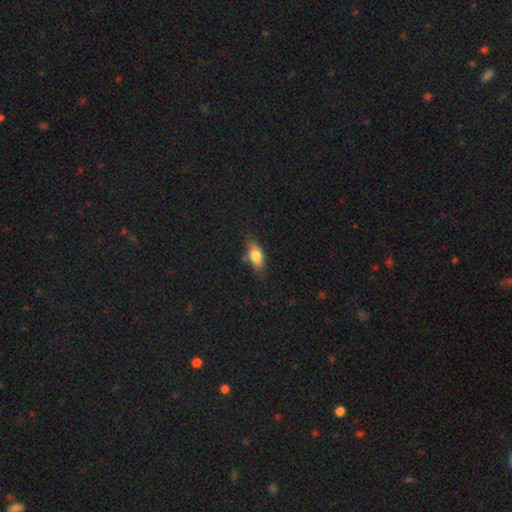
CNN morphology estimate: The model was most divided on "merging": none: 72%, minor disturbance: 20%, merger: 4%, major disturbance: 4%. More confident: how rounded — in between (80%); smooth or featured — smooth (76%).